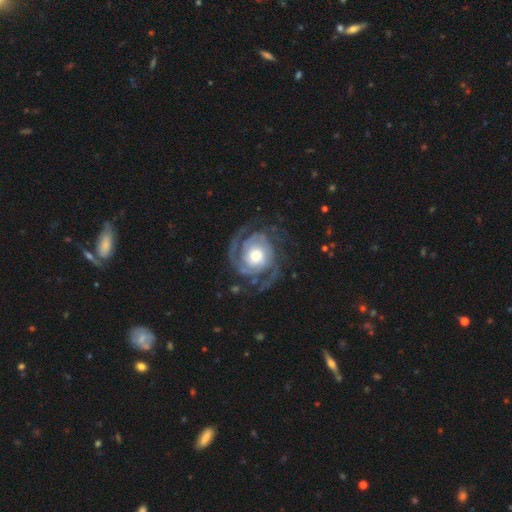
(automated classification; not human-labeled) This is clearly a featured or disk galaxy (91%). It is clearly not viewed edge-on (98%). Bar: likely no (73%). Spiral arm pattern: clearly yes (98%). Spiral arm count: possibly 2 (52%). Spiral winding: possibly tight (55%). Central bulge: possibly moderate (55%). Merging: likely none (71%).